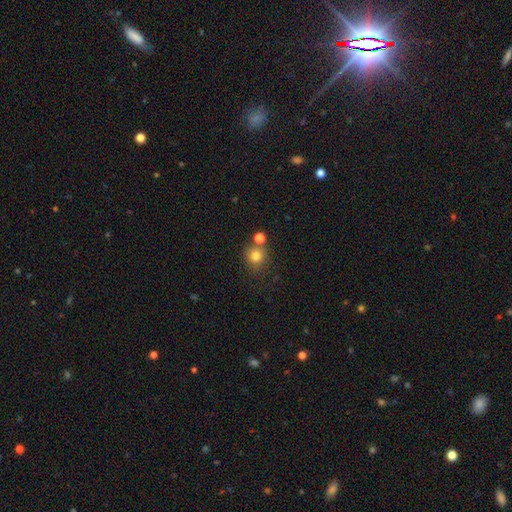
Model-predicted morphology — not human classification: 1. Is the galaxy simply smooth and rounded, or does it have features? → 79% smooth, 13% star or artifact, 7% featured or disk.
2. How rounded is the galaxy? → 88% round, 11% in between, 1% cigar-shaped.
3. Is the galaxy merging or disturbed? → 68% none, 18% merger, 10% minor disturbance, 4% major disturbance.